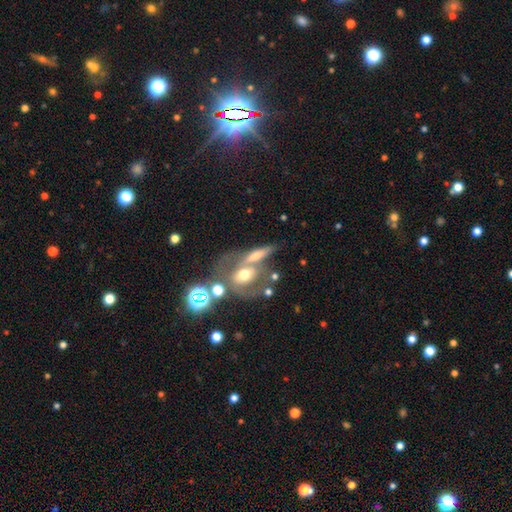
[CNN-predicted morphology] smooth-or-featured: smooth: 44% | featured or disk: 43% | star or artifact: 13%
  merging: merger: 39% | none: 36% | minor disturbance: 14% | major disturbance: 11%